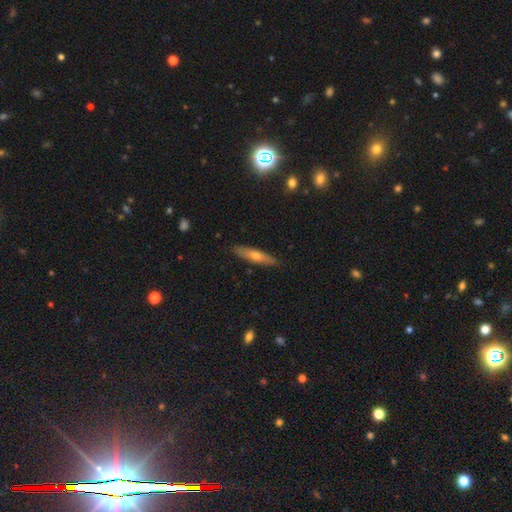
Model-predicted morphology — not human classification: The model was most divided on "smooth or featured": smooth: 48%, featured or disk: 45%, star or artifact: 7%. More confident: merging — none (88%).